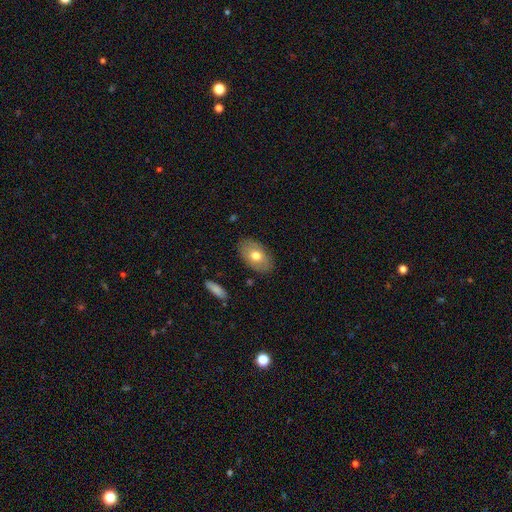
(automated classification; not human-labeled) Smooth or featured?
  - smooth: 70% *
  - featured or disk: 23%
  - star or artifact: 7%
How rounded?
  - in between: 91% *
  - round: 7%
  - cigar-shaped: 1%
Merging?
  - none: 85% *
  - minor disturbance: 11%
  - major disturbance: 3%
  - merger: 1%